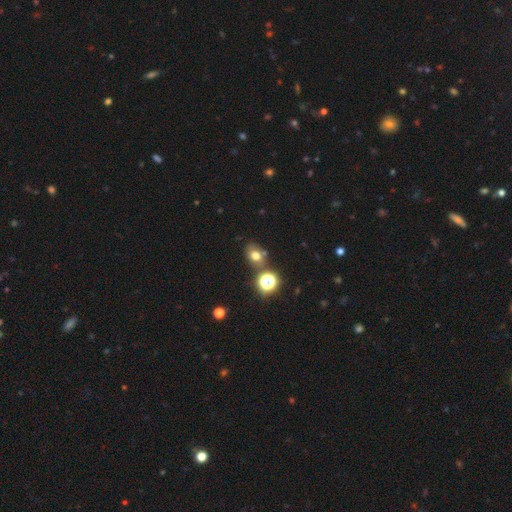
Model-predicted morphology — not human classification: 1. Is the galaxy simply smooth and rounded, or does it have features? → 67% smooth, 21% star or artifact, 12% featured or disk.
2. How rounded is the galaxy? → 53% in between, 46% round, 1% cigar-shaped.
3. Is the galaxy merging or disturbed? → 66% none, 14% minor disturbance, 14% merger, 5% major disturbance.